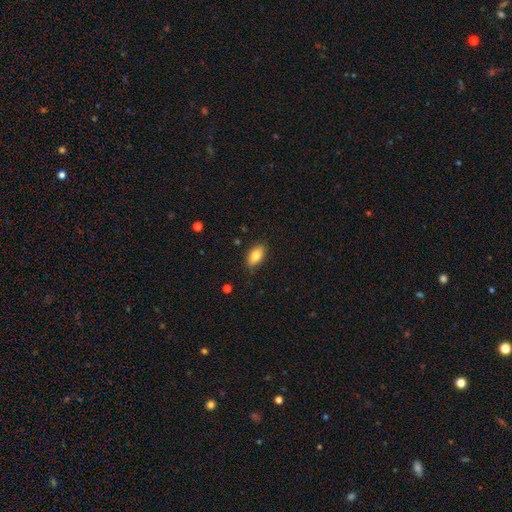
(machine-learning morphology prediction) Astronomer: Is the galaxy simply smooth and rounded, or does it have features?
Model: smooth — 83%.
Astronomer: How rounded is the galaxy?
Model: in between — 90%.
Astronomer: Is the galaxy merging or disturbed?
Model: none — 85%.